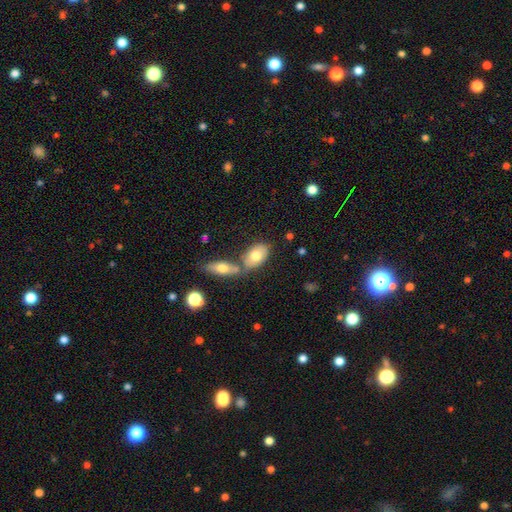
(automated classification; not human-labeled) This is likely a smooth galaxy (73%). How rounded: clearly in between (91%). Merging: possibly none (48%).